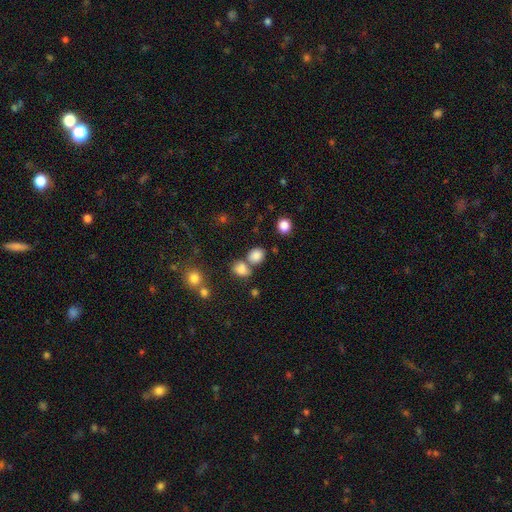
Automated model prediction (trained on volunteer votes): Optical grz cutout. It shows a smooth galaxy with no disk features (83%) that is round (60%). Merging: none (57%).